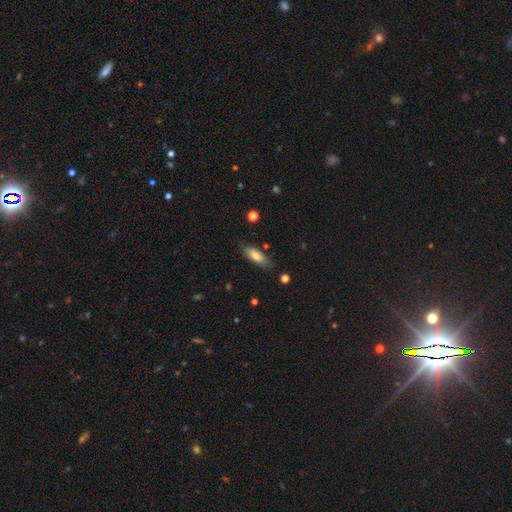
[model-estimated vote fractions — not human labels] Overall: smooth (80%). How rounded: in between (71%). Merging: none (75%).